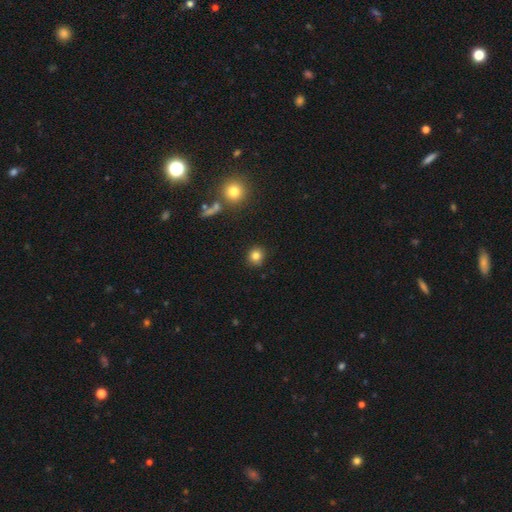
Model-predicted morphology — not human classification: The model was most divided on "smooth or featured": smooth: 81%, star or artifact: 12%, featured or disk: 6%. More confident: how rounded — round (89%); merging — none (88%).